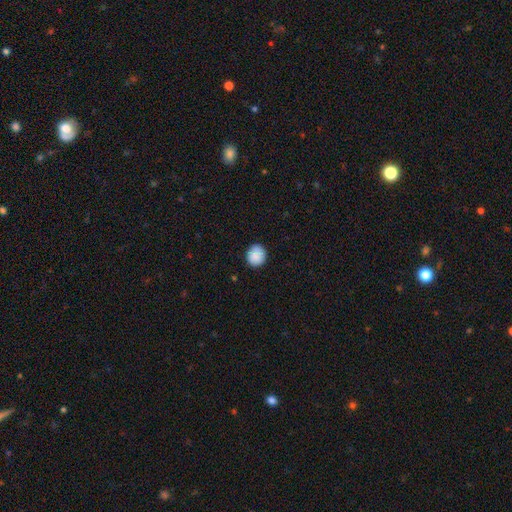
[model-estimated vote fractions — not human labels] Smooth or featured? smooth (89%)
How rounded? round (86%)
Merging? none (89%)